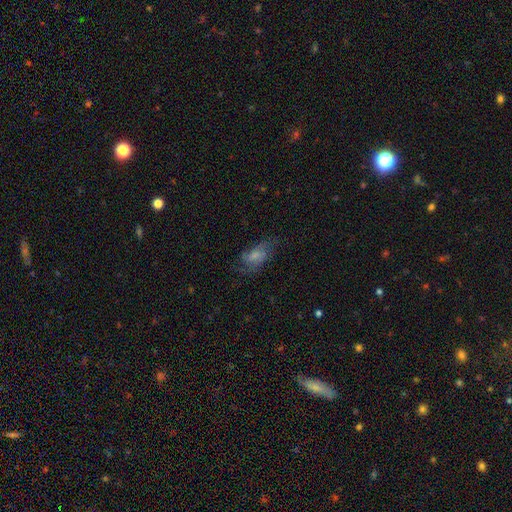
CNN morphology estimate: Smooth or featured? Predicted: featured or disk (p=0.51). Edge-on disk? Predicted: no (p=0.94). Merging? Predicted: none (p=0.54).